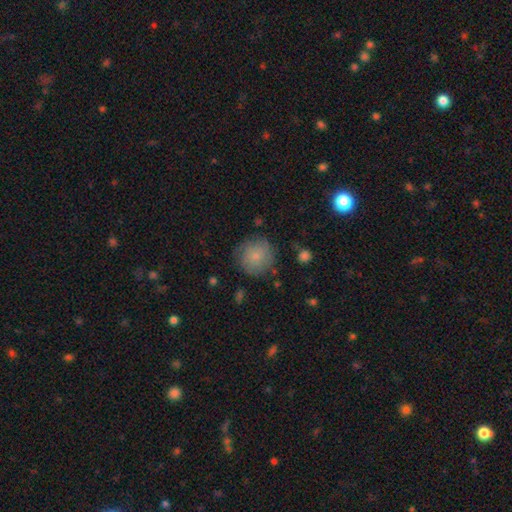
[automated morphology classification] Smooth or featured? Predicted: smooth (p=0.79). How rounded? Predicted: round (p=0.93). Merging? Predicted: none (p=0.77).